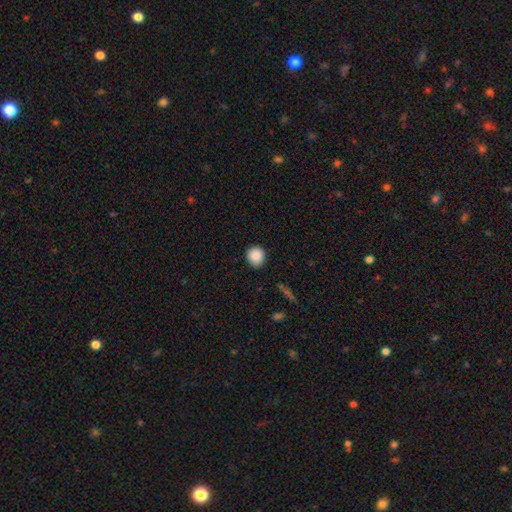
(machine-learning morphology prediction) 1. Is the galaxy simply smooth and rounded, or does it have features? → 88% smooth, 8% star or artifact, 3% featured or disk.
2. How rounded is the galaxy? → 88% round, 11% in between, 1% cigar-shaped.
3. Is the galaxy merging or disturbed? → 90% none, 6% minor disturbance, 2% major disturbance, 1% merger.